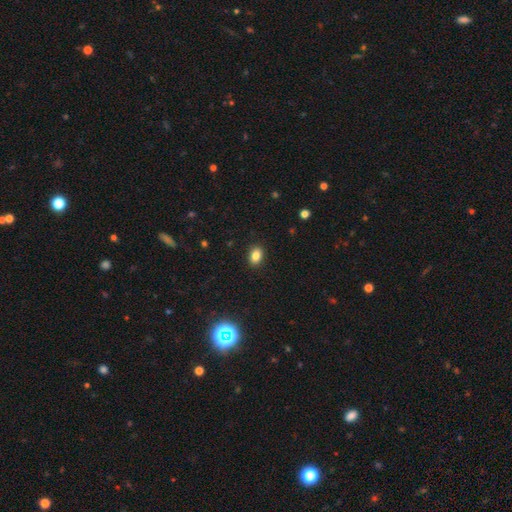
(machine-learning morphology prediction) smooth_or_featured: smooth (p=0.82) [alt: star or artifact p=0.11]
how_rounded: in between (p=0.76) [alt: round p=0.23]
merging: none (p=0.89) [alt: minor disturbance p=0.08]